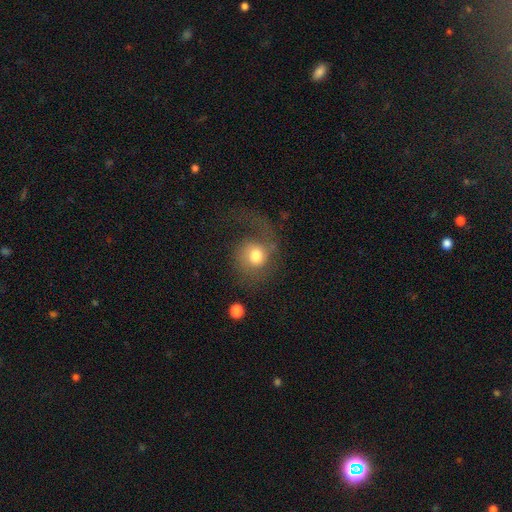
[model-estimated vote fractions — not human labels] Smooth or featured?
  - smooth: 54% *
  - featured or disk: 37%
  - star or artifact: 9%
How rounded?
  - round: 78% *
  - in between: 21%
  - cigar-shaped: 1%
Merging?
  - major disturbance: 45% *
  - none: 35%
  - minor disturbance: 17%
  - merger: 3%